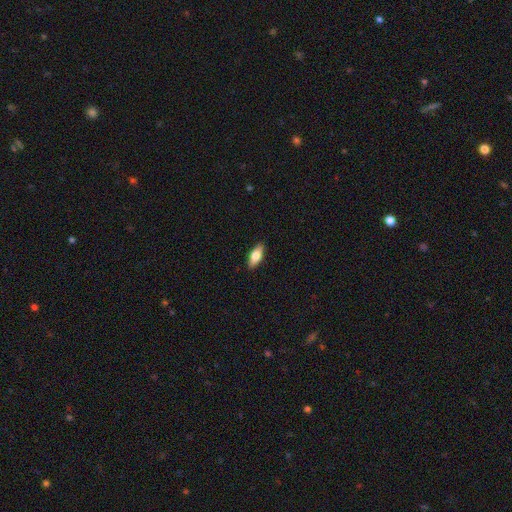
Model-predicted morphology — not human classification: smooth_or_featured: smooth (p=0.72) [alt: featured or disk p=0.22]
how_rounded: in between (p=0.79) [alt: cigar-shaped p=0.18]
merging: none (p=0.89) [alt: minor disturbance p=0.08]